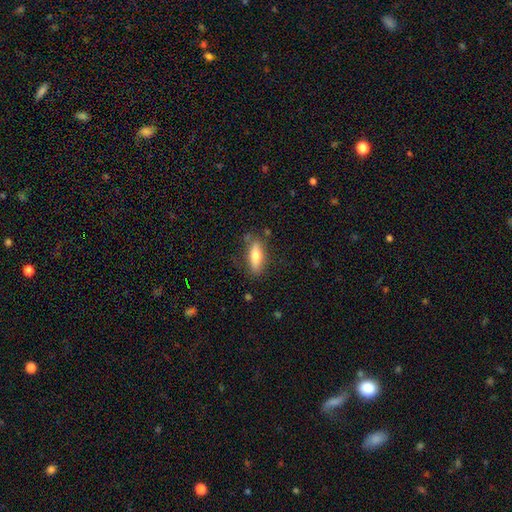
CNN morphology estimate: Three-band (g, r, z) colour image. It shows a smooth galaxy with no disk features (65%) that is in between round and cigar-shaped (49%). Merging: none (79%).